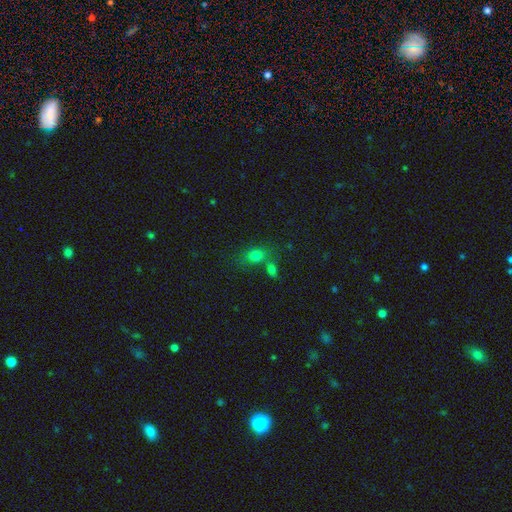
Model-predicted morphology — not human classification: A smooth galaxy with no disk features (77%) that is in between round and cigar-shaped (62%).

Vote fractions:
- Smooth or featured? smooth: 77% / star or artifact: 14% / featured or disk: 9%
- How rounded? in between: 62% / round: 36% / cigar-shaped: 2%
- Merging? none: 52% / merger: 30% / minor disturbance: 12% / major disturbance: 5%